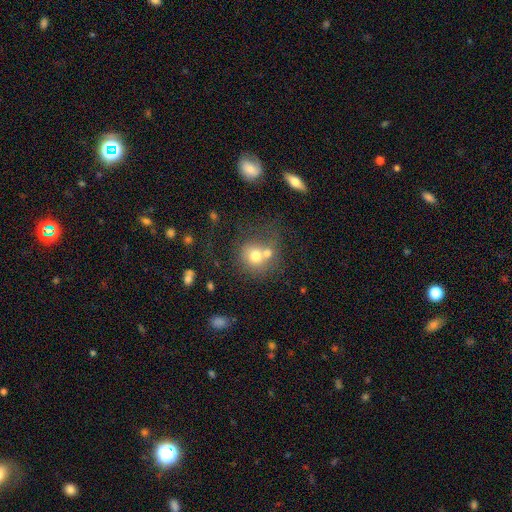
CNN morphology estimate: smooth_or_featured: smooth (p=0.68) [alt: featured or disk p=0.21]
how_rounded: round (p=0.80) [alt: in between p=0.19]
merging: merger (p=0.53) [alt: none p=0.30]